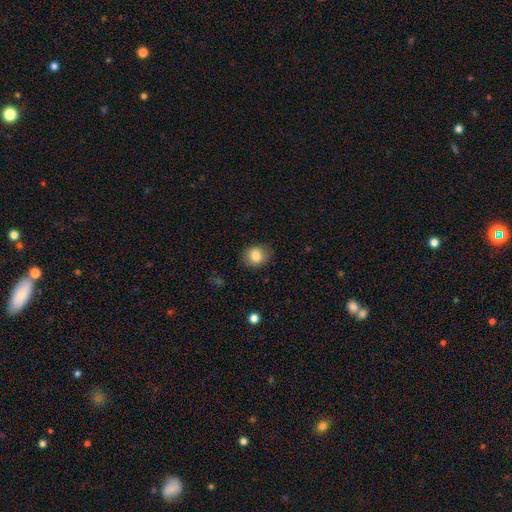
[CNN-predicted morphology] This is clearly a smooth galaxy (83%). How rounded: possibly round (56%). Merging: clearly none (82%).